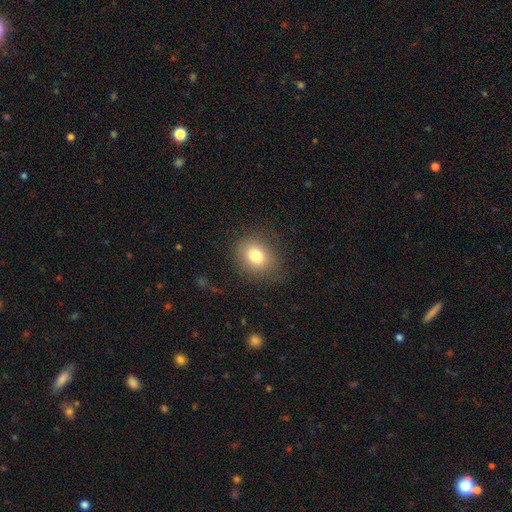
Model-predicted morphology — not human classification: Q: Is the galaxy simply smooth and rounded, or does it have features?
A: smooth — 79%.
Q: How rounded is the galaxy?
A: round — 58%.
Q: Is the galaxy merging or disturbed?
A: none — 81%.